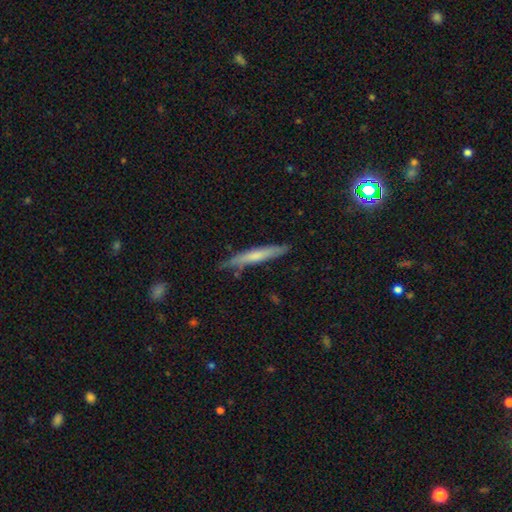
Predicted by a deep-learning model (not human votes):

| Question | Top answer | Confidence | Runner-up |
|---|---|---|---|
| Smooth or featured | smooth | 59% | featured or disk (35%) |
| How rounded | cigar-shaped | 94% | in between (4%) |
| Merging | none | 80% | minor disturbance (15%) |